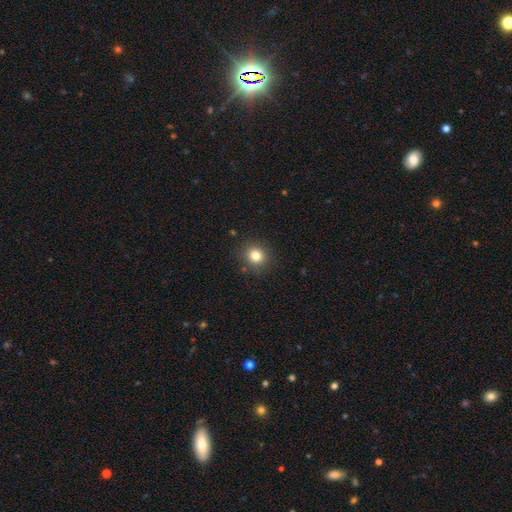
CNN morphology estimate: A smooth galaxy with no disk features (81%) that is round (86%).

Vote fractions:
- Smooth or featured? smooth: 81% / star or artifact: 12% / featured or disk: 6%
- How rounded? round: 86% / in between: 13% / cigar-shaped: 1%
- Merging? none: 88% / minor disturbance: 8% / major disturbance: 3% / merger: 1%